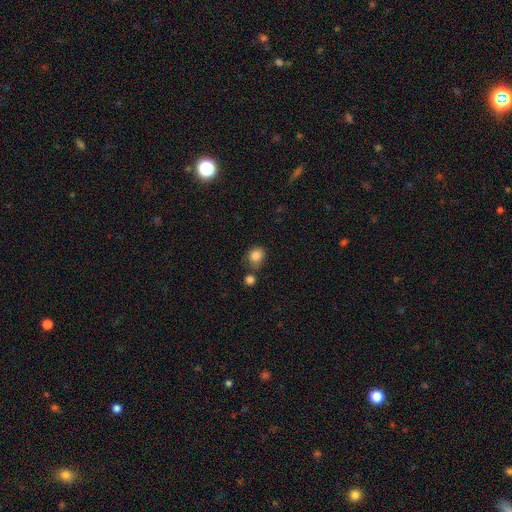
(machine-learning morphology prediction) This appears to be a smooth galaxy with no disk features (85%) that is round (70%). Merging: none (62%).